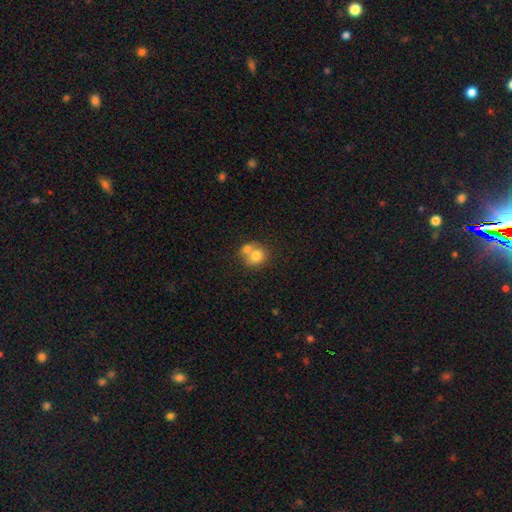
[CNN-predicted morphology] Smooth or featured: smooth — 73% (featured or disk — 17%)
How rounded: round — 76% (in between — 23%)
Merging: merger — 53% (none — 35%)